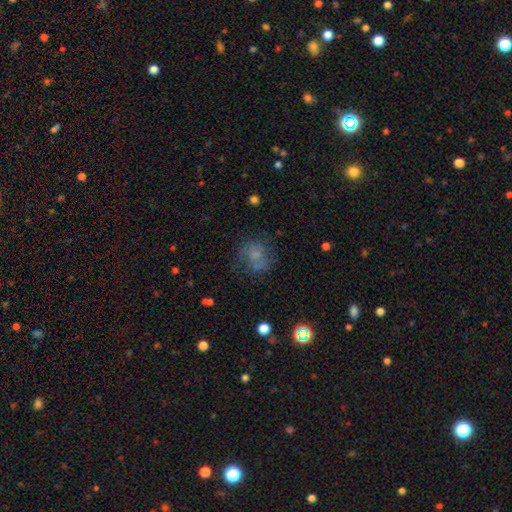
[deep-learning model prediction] This is possibly a smooth galaxy (59%). How rounded: likely round (75%). Merging: possibly none (58%).